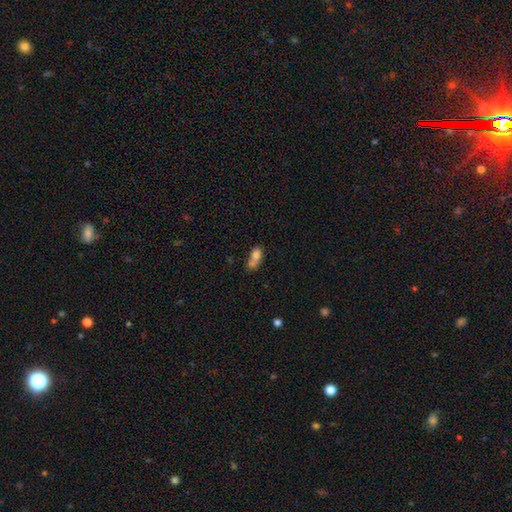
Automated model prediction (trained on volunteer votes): smooth_or_featured: smooth (p=0.73) [alt: featured or disk p=0.16]
how_rounded: in between (p=0.75) [alt: round p=0.14]
merging: merger (p=0.46) [alt: none p=0.27]